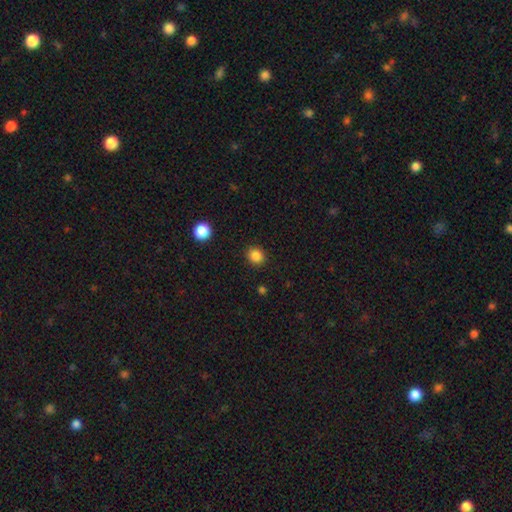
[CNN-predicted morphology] The model was most divided on "how rounded": round: 83%, in between: 16%, cigar-shaped: 1%. More confident: merging — none (90%); smooth or featured — smooth (85%).